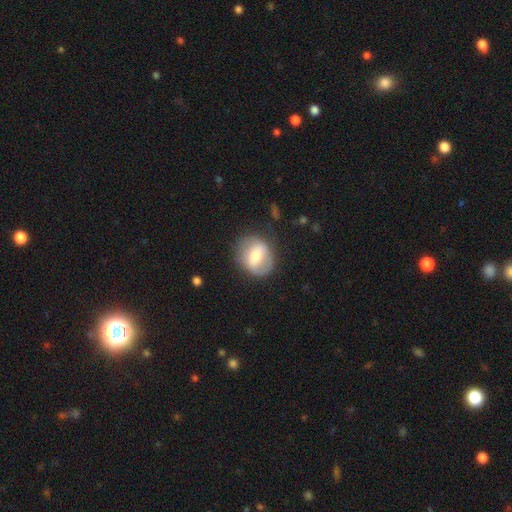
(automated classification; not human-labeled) smooth_or_featured: smooth (p=0.49) [alt: featured or disk p=0.45]
merging: none (p=0.75) [alt: minor disturbance p=0.16]